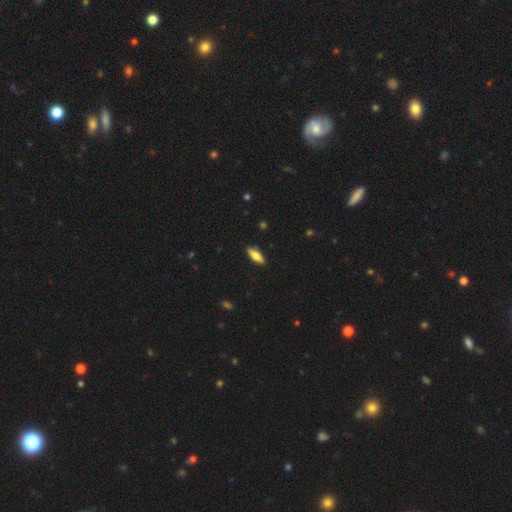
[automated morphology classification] A smooth galaxy with no disk features (68%) that is in between round and cigar-shaped (55%).

Vote fractions:
- Smooth or featured? smooth: 68% / featured or disk: 26% / star or artifact: 6%
- How rounded? in between: 55% / cigar-shaped: 43% / round: 2%
- Merging? none: 88% / minor disturbance: 9% / major disturbance: 2% / merger: 1%